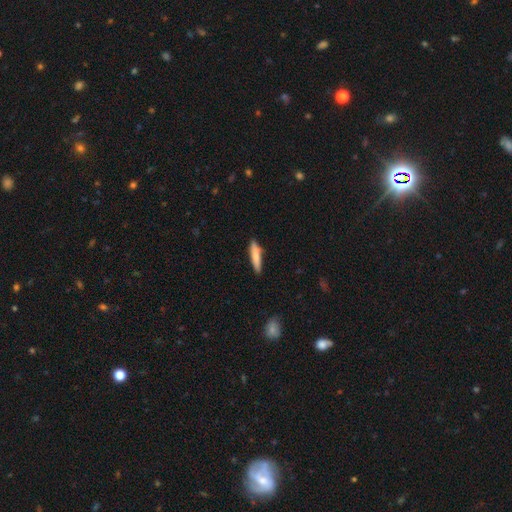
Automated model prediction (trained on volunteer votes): Smooth or featured: smooth — 77% (featured or disk — 17%)
How rounded: cigar-shaped — 84% (in between — 14%)
Merging: none — 85% (minor disturbance — 11%)